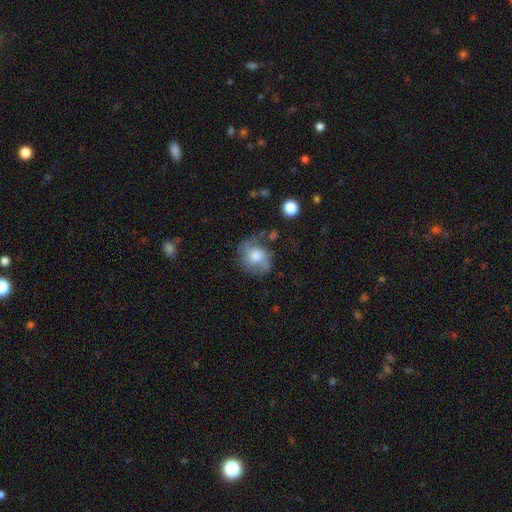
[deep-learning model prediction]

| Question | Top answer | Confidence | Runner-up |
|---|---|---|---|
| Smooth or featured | smooth | 50% | featured or disk (41%) |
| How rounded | round | 69% | in between (30%) |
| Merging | none | 55% | minor disturbance (25%) |